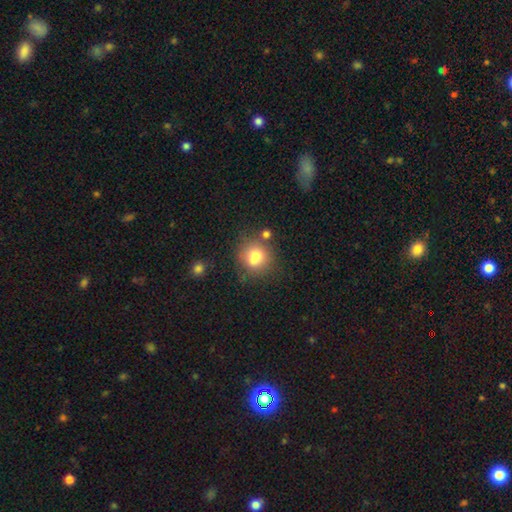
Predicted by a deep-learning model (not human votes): Morphology: type=smooth (77%); roundness=round (82%); merging=none (60%).